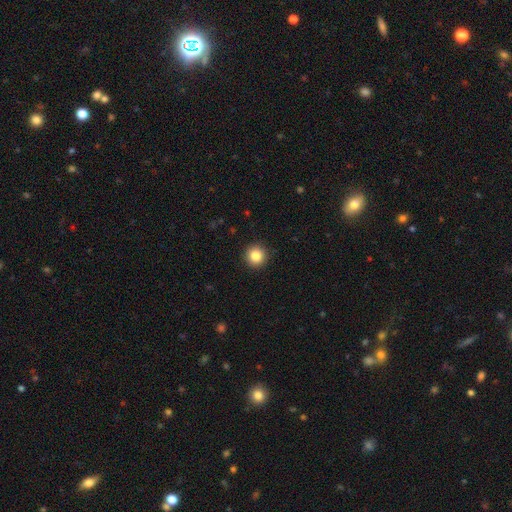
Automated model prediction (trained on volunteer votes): Smooth or featured: smooth — 85% (star or artifact — 10%)
How rounded: round — 95% (in between — 4%)
Merging: none — 93% (minor disturbance — 5%)